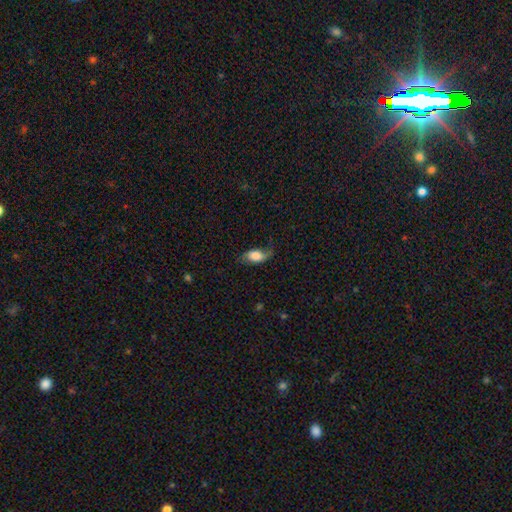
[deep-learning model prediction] Overall: smooth (64%; featured or disk 28%). How rounded: in between (90%). Merging: none (50%; minor disturbance 30%).